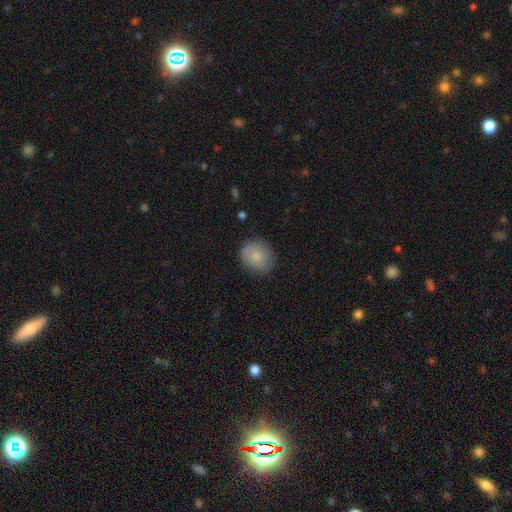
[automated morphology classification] Smooth or featured: smooth — 82% (featured or disk — 11%)
How rounded: round — 69% (in between — 30%)
Merging: none — 79% (minor disturbance — 16%)